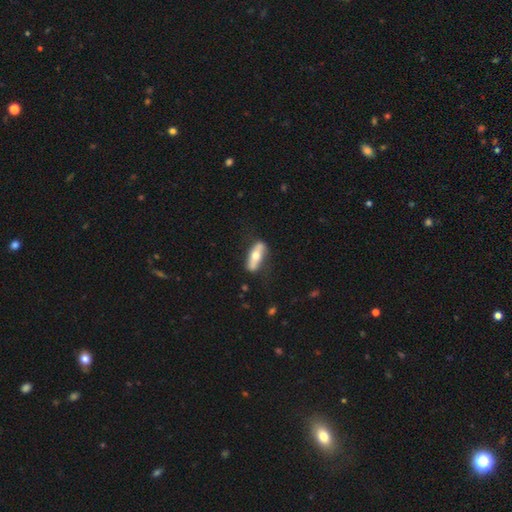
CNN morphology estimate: A featured or disk galaxy (48%). Merging: none (75%).